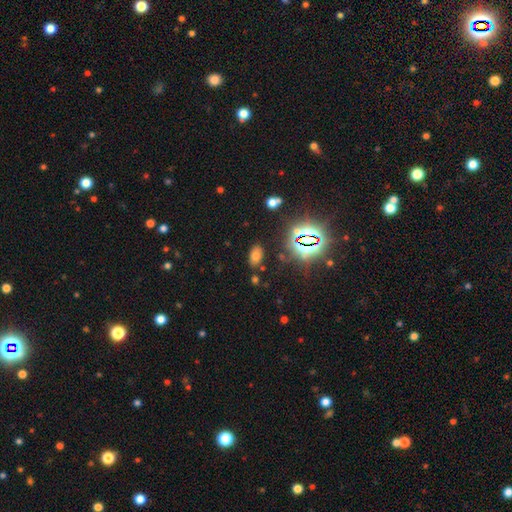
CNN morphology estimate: Overall: smooth (61%; star or artifact 28%). How rounded: in between (89%). Merging: none (82%).